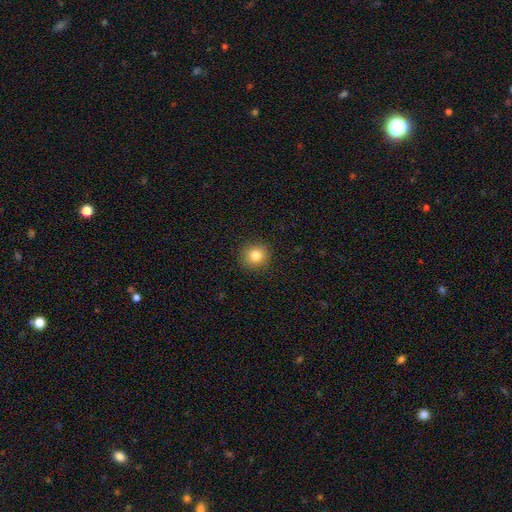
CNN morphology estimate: Smooth or featured? Predicted: smooth (p=0.82). How rounded? Predicted: round (p=0.91). Merging? Predicted: none (p=0.91).